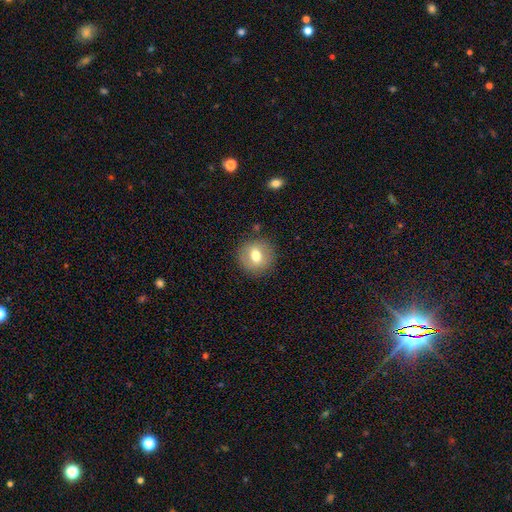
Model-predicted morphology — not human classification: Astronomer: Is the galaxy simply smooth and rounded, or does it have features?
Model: smooth — 69%.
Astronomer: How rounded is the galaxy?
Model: round — 88%.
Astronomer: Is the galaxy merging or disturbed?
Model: none — 86%.